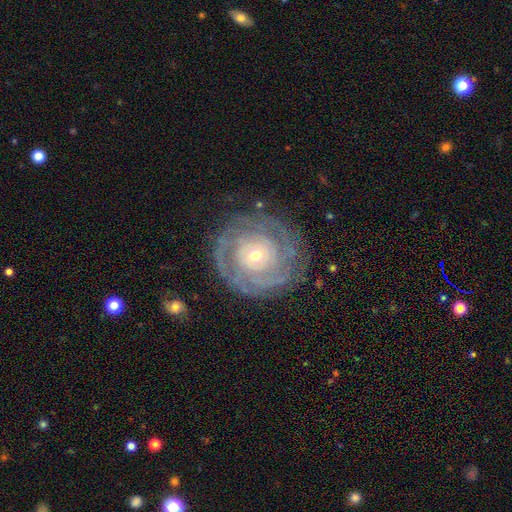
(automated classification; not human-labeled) smooth-or-featured: featured or disk: 82% | smooth: 12% | star or artifact: 6%
  disk-edge-on: no: 97% | yes: 3%
    bar: no: 77% | weak: 17% | strong: 5%
    has-spiral-arms: yes: 90% | no: 10%
      spiral-winding: tight: 82% | medium: 14% | loose: 4%
      spiral-arm-count: can't tell: 38% | 2: 21% | 3: 17% | 4: 11% | more than 4: 7% | 1: 6%
    bulge-size: small: 57% | moderate: 39% | large: 2% | dominant: 1% | none: 1%
  merging: none: 80% | minor disturbance: 13% | major disturbance: 6% | merger: 1%